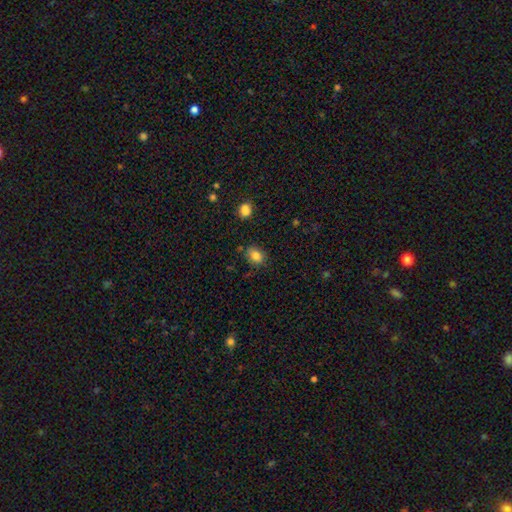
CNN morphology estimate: The model was most divided on "how rounded": in between: 67%, round: 32%, cigar-shaped: 1%. More confident: smooth or featured — smooth (82%); merging — none (78%).